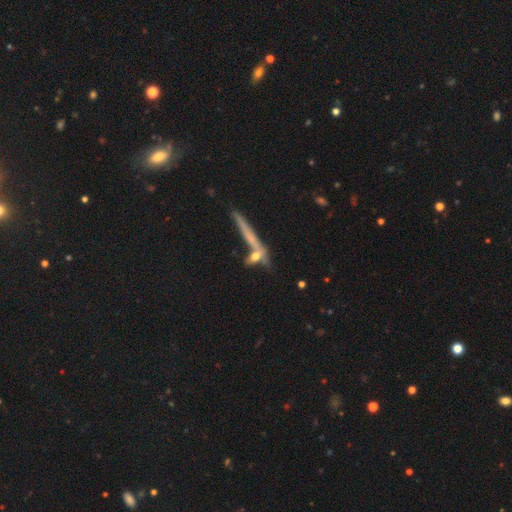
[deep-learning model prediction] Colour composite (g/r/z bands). It shows a smooth galaxy with no disk features (55%) that is cigar-shaped (52%). Merging: none (46%).